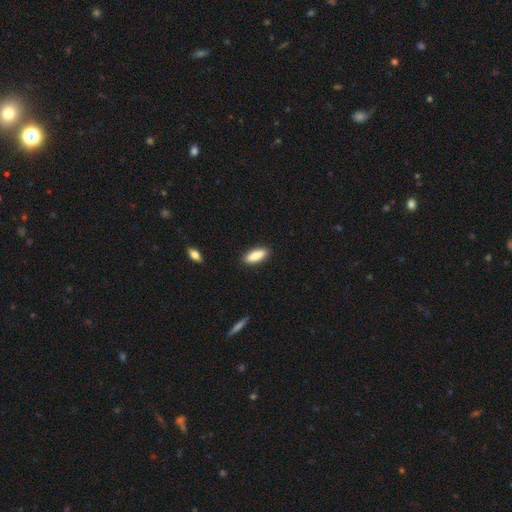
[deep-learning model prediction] Smooth or featured: smooth — 86% (featured or disk — 8%)
How rounded: in between — 65% (cigar-shaped — 33%)
Merging: none — 89% (minor disturbance — 8%)